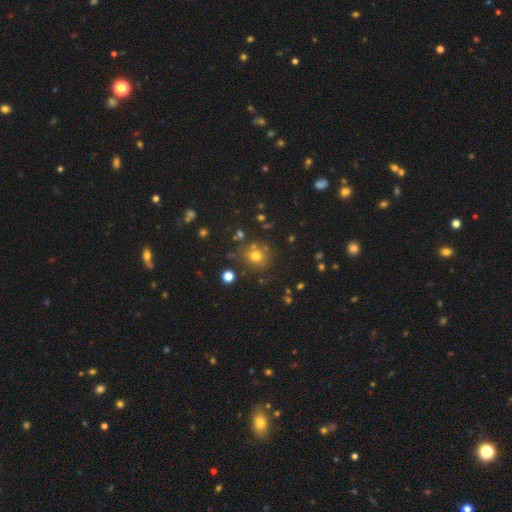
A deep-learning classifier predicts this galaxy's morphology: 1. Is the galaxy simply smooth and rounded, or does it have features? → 72% smooth, 18% star or artifact, 10% featured or disk.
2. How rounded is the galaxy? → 84% round, 15% in between, 1% cigar-shaped.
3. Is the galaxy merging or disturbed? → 76% none, 12% minor disturbance, 8% merger, 5% major disturbance.